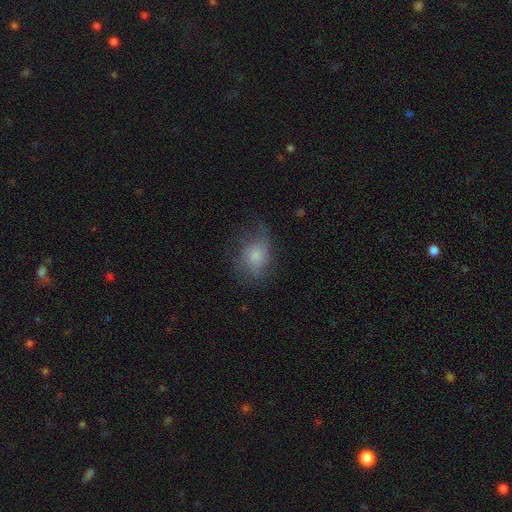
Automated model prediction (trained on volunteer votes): Q: Smooth or featured?
A: smooth (63%); runner-up: featured or disk (27%)
Q: How rounded?
A: in between (67%); runner-up: round (31%)
Q: Merging?
A: none (43%); runner-up: minor disturbance (29%)